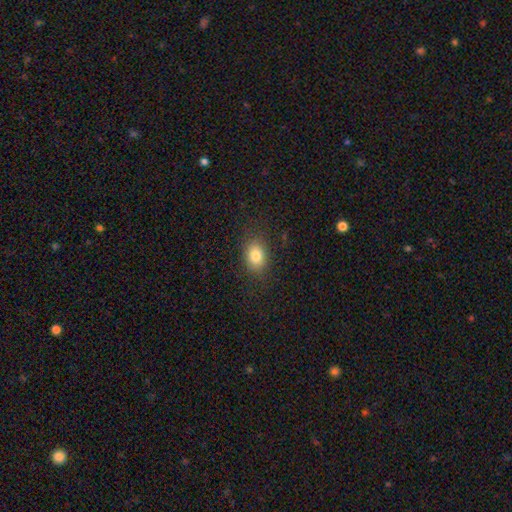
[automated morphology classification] Smooth or featured? smooth (82%)
How rounded? in between (67%)
Merging? none (85%)